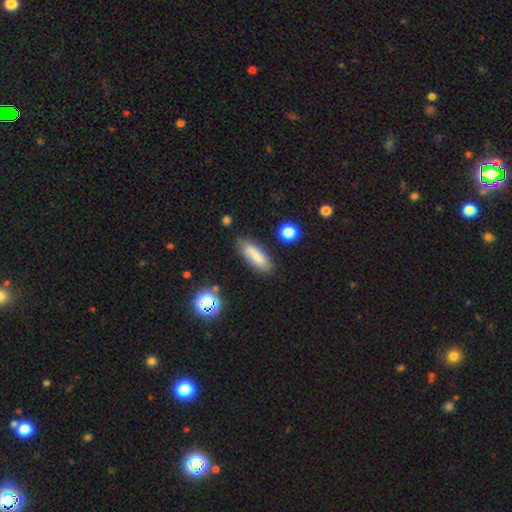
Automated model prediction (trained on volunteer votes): A smooth galaxy with no disk features (77%) that is in between round and cigar-shaped (52%).

Vote fractions:
- Smooth or featured? smooth: 77% / featured or disk: 14% / star or artifact: 9%
- How rounded? in between: 52% / cigar-shaped: 46% / round: 2%
- Merging? none: 78% / minor disturbance: 15% / major disturbance: 4% / merger: 3%